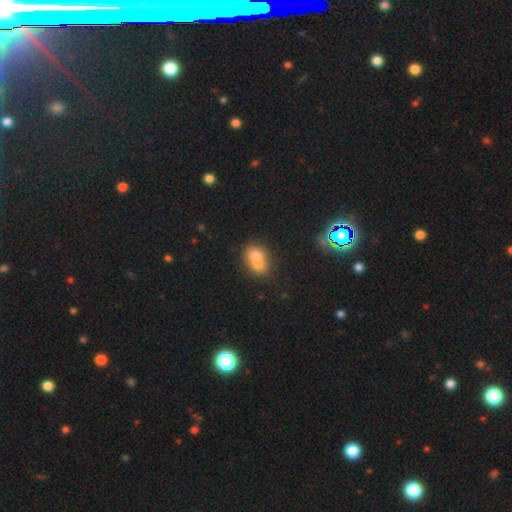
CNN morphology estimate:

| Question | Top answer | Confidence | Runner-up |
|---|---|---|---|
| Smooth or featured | smooth | 64% | featured or disk (22%) |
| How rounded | round | 56% | in between (43%) |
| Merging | merger | 70% | none (22%) |